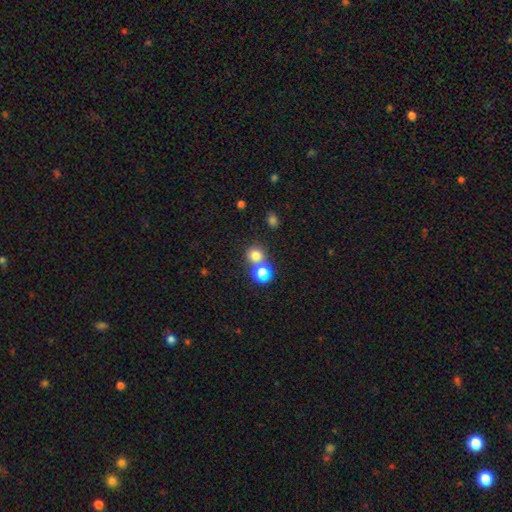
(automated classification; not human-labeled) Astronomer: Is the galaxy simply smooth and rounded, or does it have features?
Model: smooth — 77%.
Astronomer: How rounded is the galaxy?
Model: round — 89%.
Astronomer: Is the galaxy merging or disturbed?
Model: none — 58%.